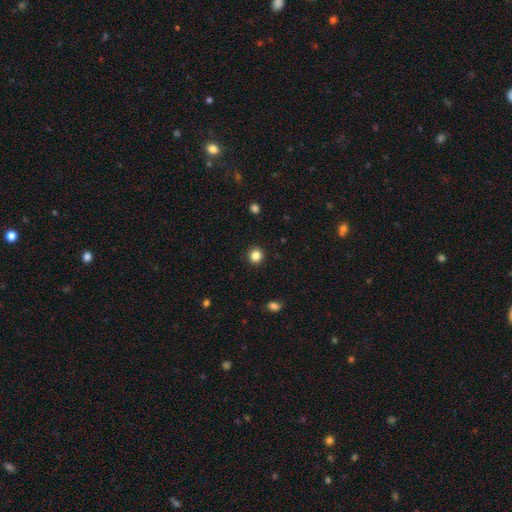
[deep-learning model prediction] Smooth or featured: smooth — 84% (star or artifact — 12%)
How rounded: round — 92% (in between — 7%)
Merging: none — 92% (minor disturbance — 5%)